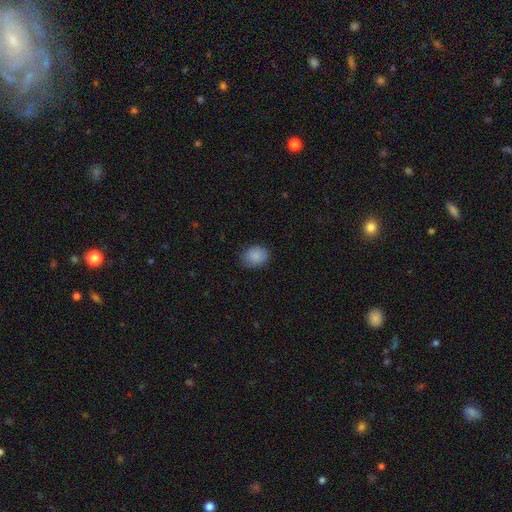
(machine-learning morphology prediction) smooth_or_featured: smooth (p=0.88) [alt: star or artifact p=0.08]
how_rounded: in between (p=0.50) [alt: round p=0.49]
merging: none (p=0.81) [alt: minor disturbance p=0.15]